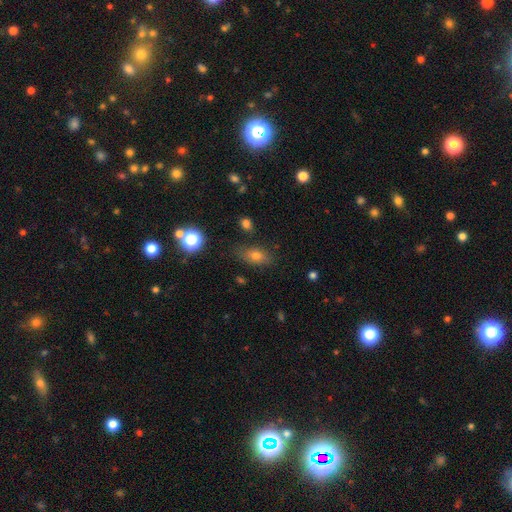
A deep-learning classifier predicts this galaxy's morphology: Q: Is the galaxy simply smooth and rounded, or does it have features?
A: smooth — 72%.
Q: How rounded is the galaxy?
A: in between — 80%.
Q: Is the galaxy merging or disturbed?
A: none — 74%.